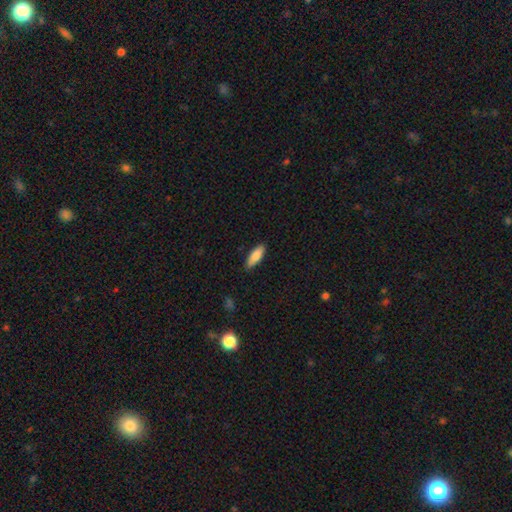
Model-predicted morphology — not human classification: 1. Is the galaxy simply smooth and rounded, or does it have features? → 82% smooth, 12% featured or disk, 6% star or artifact.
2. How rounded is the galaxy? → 60% in between, 38% cigar-shaped, 2% round.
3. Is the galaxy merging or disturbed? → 84% none, 12% minor disturbance, 2% major disturbance, 1% merger.